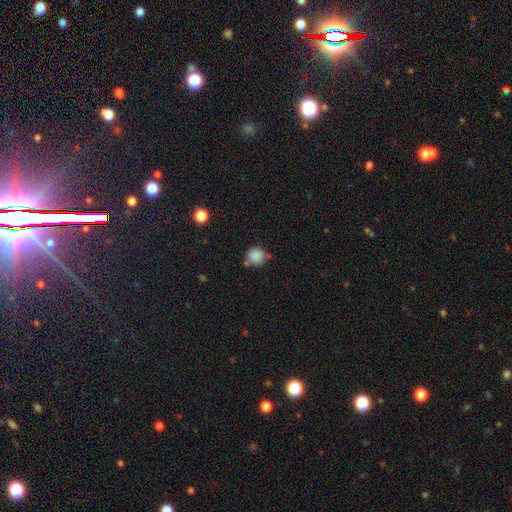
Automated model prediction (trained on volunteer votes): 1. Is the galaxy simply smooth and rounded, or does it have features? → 86% smooth, 10% star or artifact, 5% featured or disk.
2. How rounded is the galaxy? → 88% round, 11% in between, 1% cigar-shaped.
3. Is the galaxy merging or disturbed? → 65% none, 20% minor disturbance, 10% merger, 4% major disturbance.